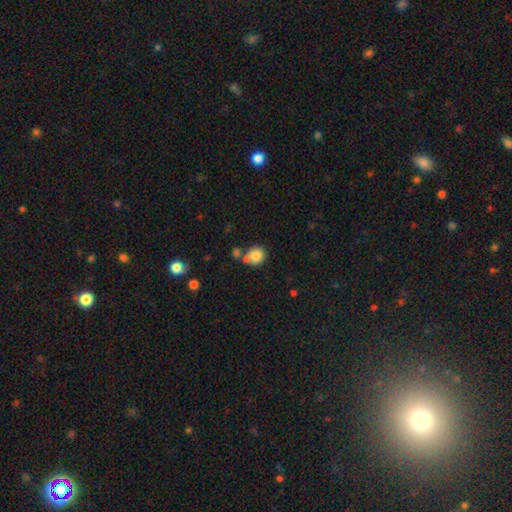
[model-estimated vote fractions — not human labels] Smooth or featured?
  - smooth: 83% *
  - star or artifact: 10%
  - featured or disk: 8%
How rounded?
  - round: 81% *
  - in between: 18%
  - cigar-shaped: 1%
Merging?
  - none: 53% *
  - merger: 28%
  - minor disturbance: 14%
  - major disturbance: 5%